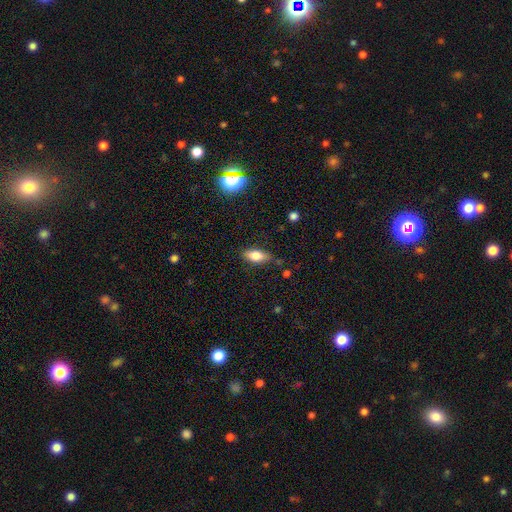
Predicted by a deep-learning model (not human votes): Morphology: type=smooth (76%); roundness=in between (81%); merging=none (76%).